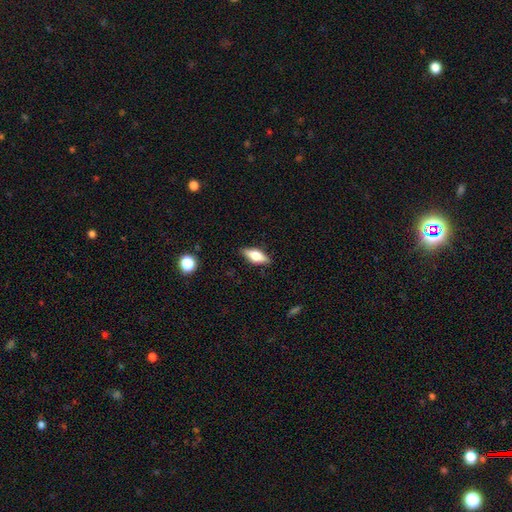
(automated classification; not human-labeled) smooth 52%, featured or disk 41%, star or artifact 7%. Down the decision tree: how rounded — in between (70%); merging — none (86%).